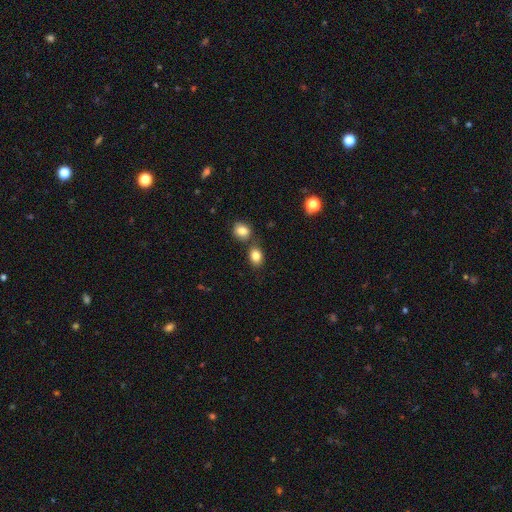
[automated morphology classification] This appears to be a smooth galaxy with no disk features (84%) that is in between round and cigar-shaped (63%). Merging: none (64%).